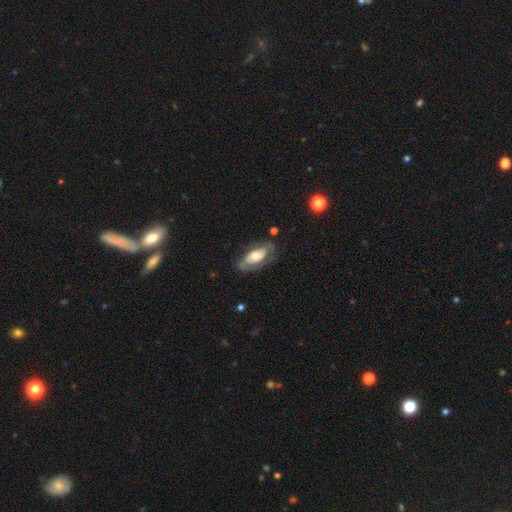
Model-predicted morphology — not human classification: Smooth or featured? featured or disk (69%)
Edge-on disk? no (91%)
Bar? no (64%)
Spiral arms? yes (75%)
Bulge size? moderate (61%)
Merging? none (66%)